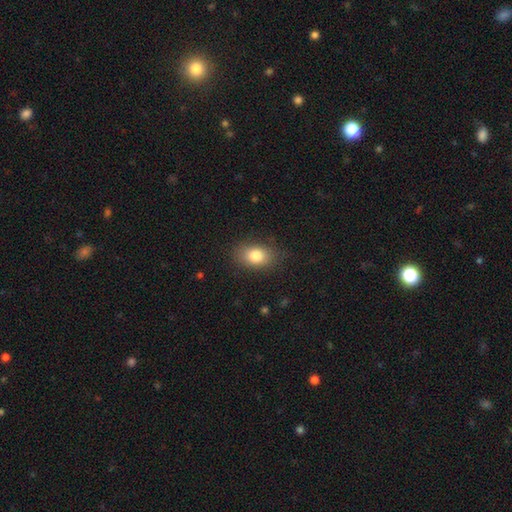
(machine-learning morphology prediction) Smooth or featured?
  - smooth: 82% *
  - featured or disk: 9%
  - star or artifact: 9%
How rounded?
  - in between: 80% *
  - round: 18%
  - cigar-shaped: 2%
Merging?
  - none: 82% *
  - minor disturbance: 13%
  - major disturbance: 4%
  - merger: 1%